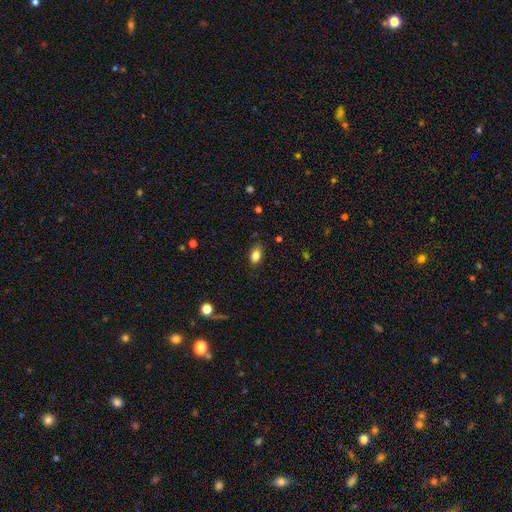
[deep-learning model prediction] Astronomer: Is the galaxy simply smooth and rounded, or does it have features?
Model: smooth — 82%.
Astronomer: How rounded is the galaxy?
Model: in between — 88%.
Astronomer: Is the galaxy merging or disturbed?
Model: none — 81%.